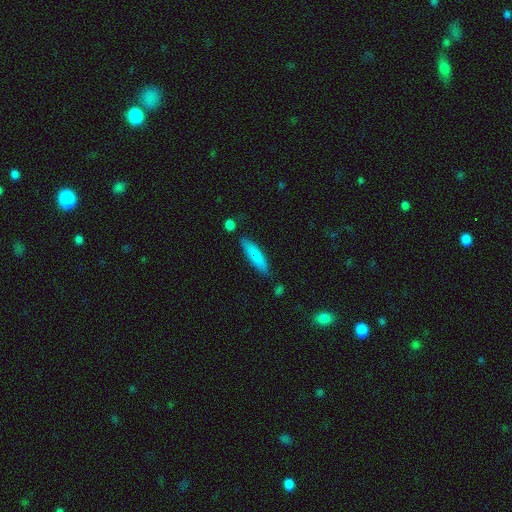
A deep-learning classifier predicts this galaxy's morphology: Smooth or featured: smooth — 81% (featured or disk — 14%)
How rounded: cigar-shaped — 76% (in between — 22%)
Merging: none — 79% (minor disturbance — 14%)